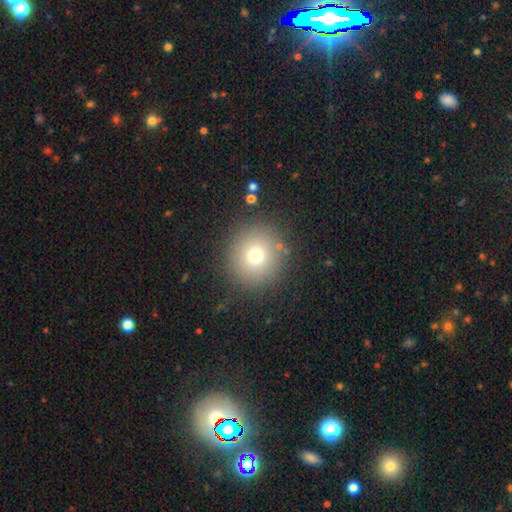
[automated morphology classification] Smooth or featured: smooth — 72% (star or artifact — 16%)
How rounded: round — 94% (in between — 5%)
Merging: none — 88% (minor disturbance — 7%)